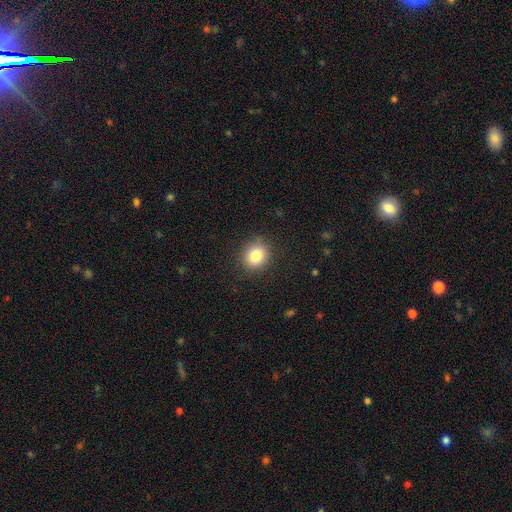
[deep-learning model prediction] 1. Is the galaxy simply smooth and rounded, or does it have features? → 82% smooth, 10% star or artifact, 7% featured or disk.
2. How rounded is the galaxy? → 76% round, 23% in between, 1% cigar-shaped.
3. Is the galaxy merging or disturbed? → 88% none, 8% minor disturbance, 3% major disturbance, 1% merger.